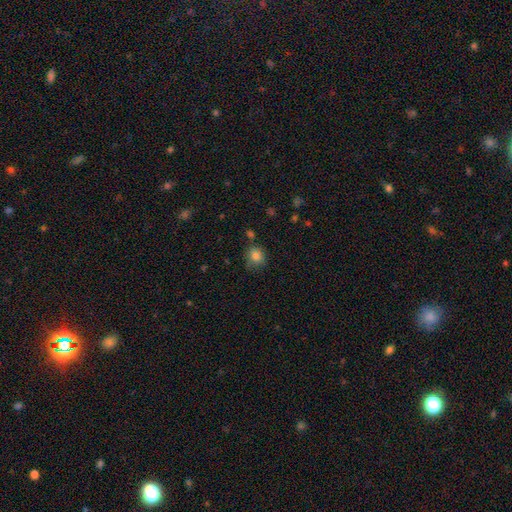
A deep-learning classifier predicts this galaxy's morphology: Smooth or featured?
  - smooth: 82% *
  - star or artifact: 11%
  - featured or disk: 7%
How rounded?
  - round: 72% *
  - in between: 27%
  - cigar-shaped: 1%
Merging?
  - none: 71% *
  - minor disturbance: 19%
  - merger: 6%
  - major disturbance: 5%